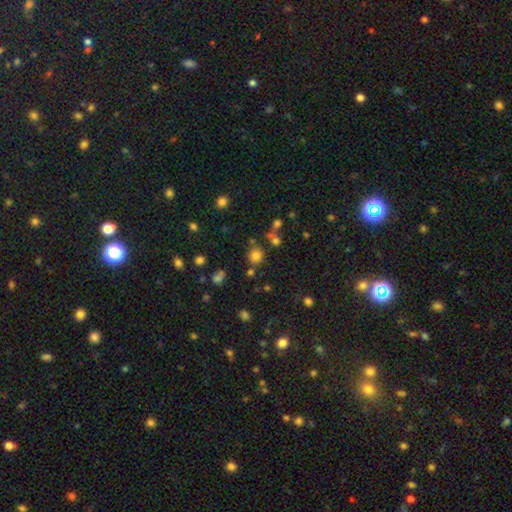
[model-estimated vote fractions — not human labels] This appears to be a smooth galaxy with no disk features (76%) that is round (89%). Merging: none (76%).